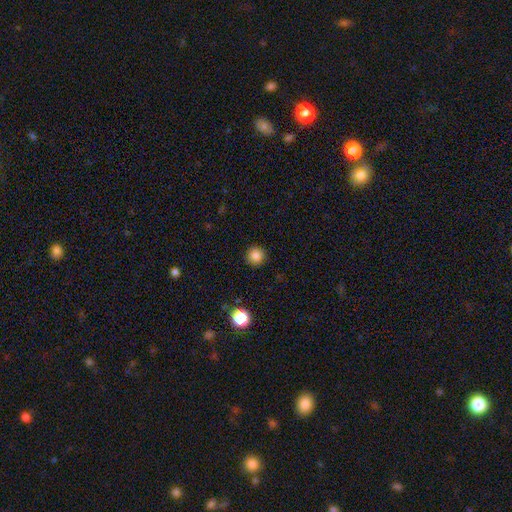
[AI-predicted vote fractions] The model was most divided on "smooth or featured": smooth: 84%, star or artifact: 12%, featured or disk: 5%. More confident: how rounded — round (95%); merging — none (91%).